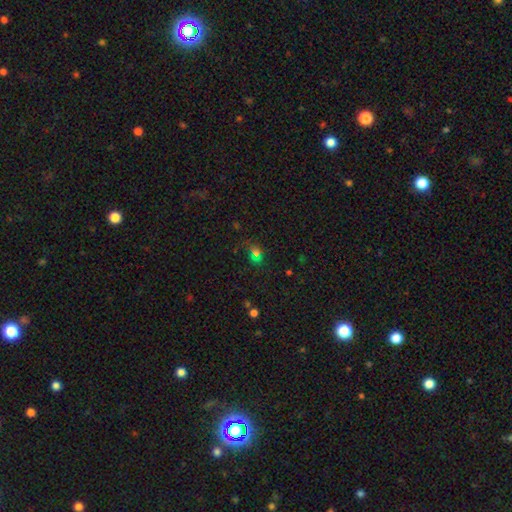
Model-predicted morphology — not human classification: smooth-or-featured: smooth: 58% | star or artifact: 30% | featured or disk: 11%
  how-rounded: in between: 62% | round: 36% | cigar-shaped: 3%
  merging: none: 62% | minor disturbance: 21% | major disturbance: 10% | merger: 7%